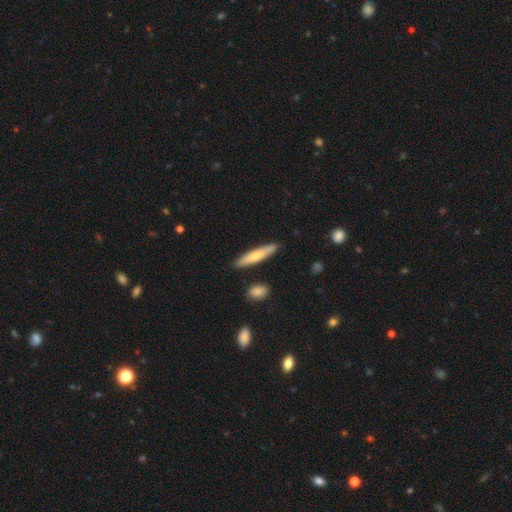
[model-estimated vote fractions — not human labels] smooth 67%, featured or disk 27%, star or artifact 5%. Down the decision tree: how rounded — cigar-shaped (87%); merging — none (87%).